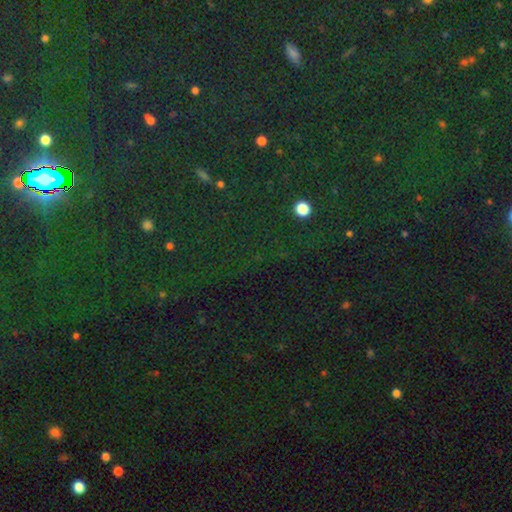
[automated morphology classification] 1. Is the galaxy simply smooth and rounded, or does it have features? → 82% star or artifact, 11% smooth, 7% featured or disk.